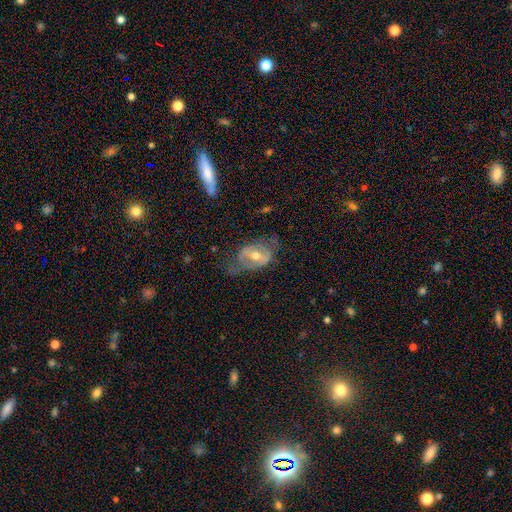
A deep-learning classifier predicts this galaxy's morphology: Smooth or featured: featured or disk — 68% (smooth — 25%)
Edge-on disk: no — 92% (yes — 8%)
Bar: no — 38% (tied with weak — 38%)
Spiral arms: yes — 52% (no — 48%)
Bulge size: moderate — 71% (small — 22%)
Merging: none — 47% (minor disturbance — 26%)